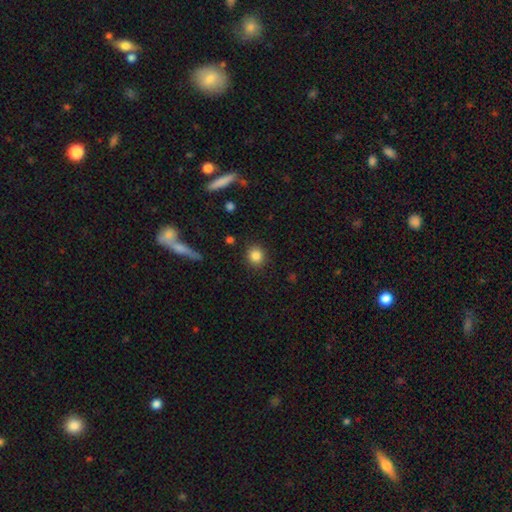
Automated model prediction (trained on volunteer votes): Q: Smooth or featured?
A: smooth (85%); runner-up: star or artifact (10%)
Q: How rounded?
A: round (87%); runner-up: in between (12%)
Q: Merging?
A: none (89%); runner-up: minor disturbance (7%)